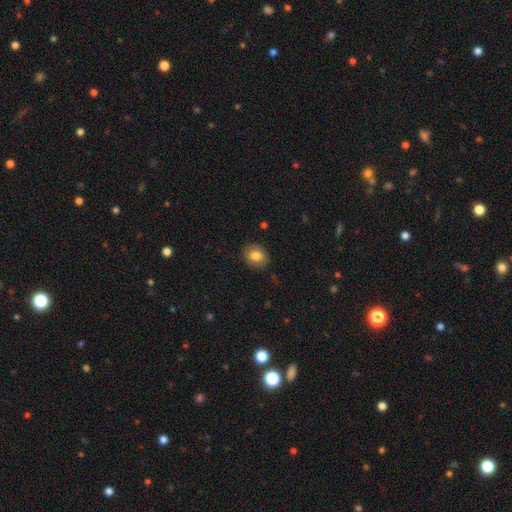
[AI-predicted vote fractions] This is clearly a smooth galaxy (81%). How rounded: possibly round (55%). Merging: clearly none (87%).